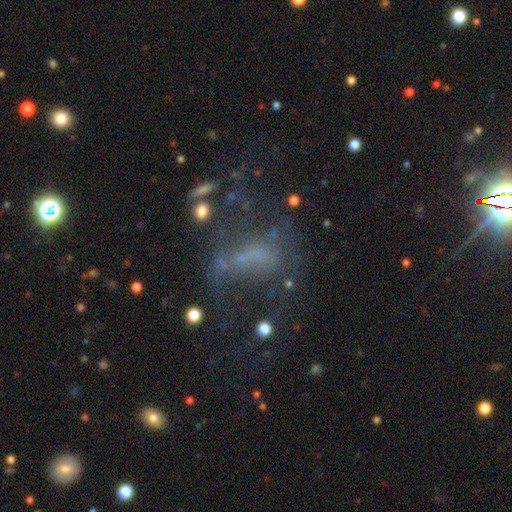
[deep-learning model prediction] Q: Smooth or featured?
A: featured or disk (47%); runner-up: star or artifact (29%)
Q: Merging?
A: major disturbance (40%); runner-up: none (37%)